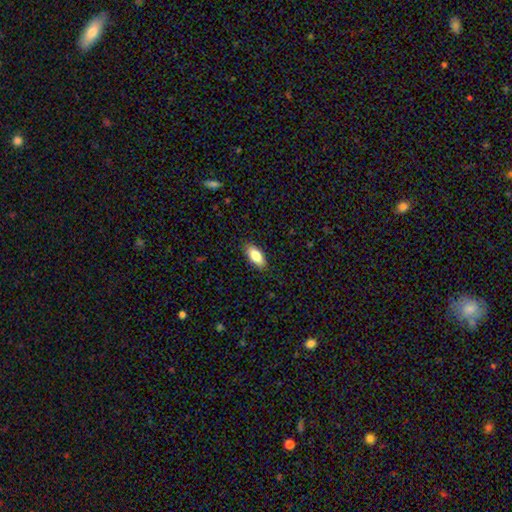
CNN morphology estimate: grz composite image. It shows a smooth galaxy with no disk features (83%) that is in between round and cigar-shaped (88%). Merging: none (88%).